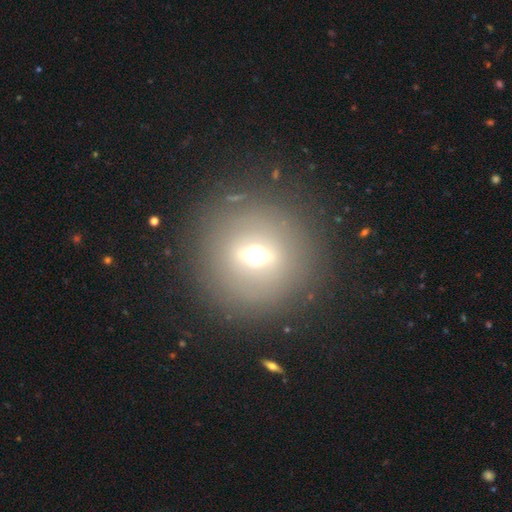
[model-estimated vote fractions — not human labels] This appears to be a featured or disk galaxy (47%). Merging: none (85%).